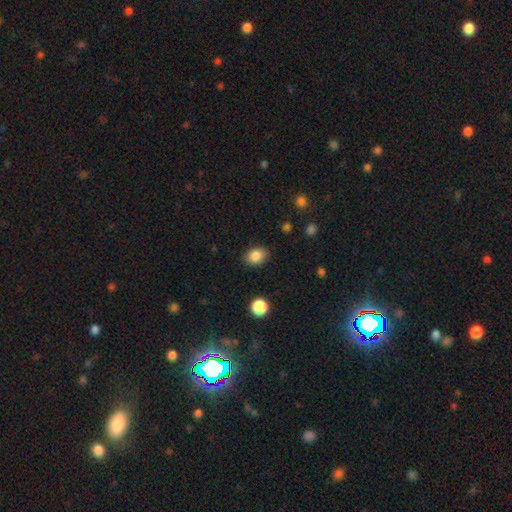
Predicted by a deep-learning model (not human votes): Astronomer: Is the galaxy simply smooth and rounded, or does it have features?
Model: smooth — 85%.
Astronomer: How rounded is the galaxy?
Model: in between — 72%.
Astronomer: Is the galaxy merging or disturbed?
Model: none — 86%.